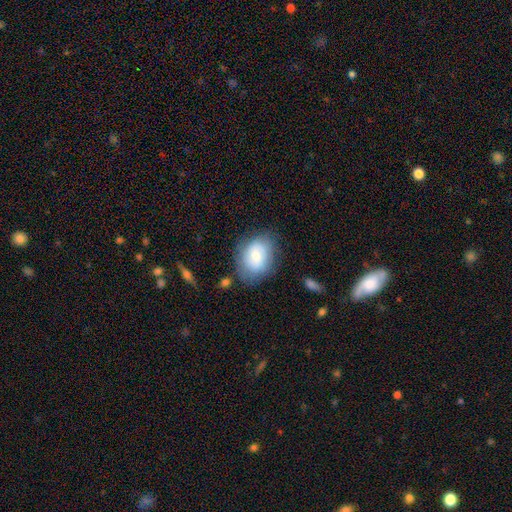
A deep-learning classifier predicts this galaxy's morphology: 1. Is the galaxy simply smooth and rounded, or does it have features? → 59% smooth, 34% featured or disk, 8% star or artifact.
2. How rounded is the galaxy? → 64% in between, 35% round, 1% cigar-shaped.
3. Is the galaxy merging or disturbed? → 69% none, 21% minor disturbance, 7% major disturbance, 3% merger.